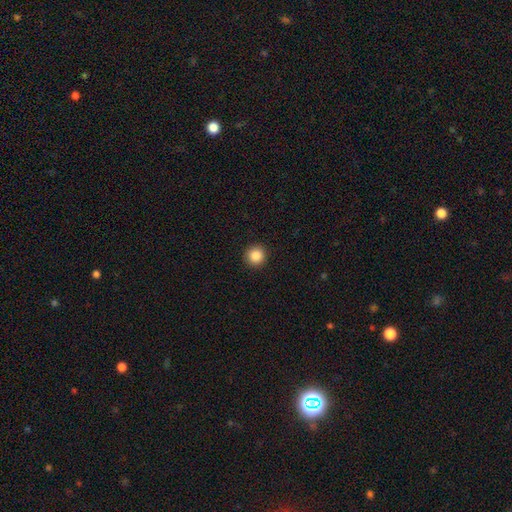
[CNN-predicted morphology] smooth 87%, star or artifact 10%, featured or disk 3%. Down the decision tree: how rounded — round (94%); merging — none (92%).